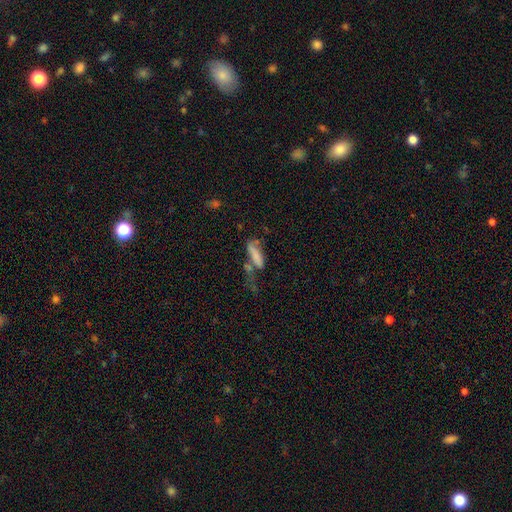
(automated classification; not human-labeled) smooth-or-featured: smooth: 68% | featured or disk: 22% | star or artifact: 10%
  how-rounded: cigar-shaped: 52% | in between: 45% | round: 3%
  merging: major disturbance: 28% | none: 27% | merger: 25% | minor disturbance: 19%